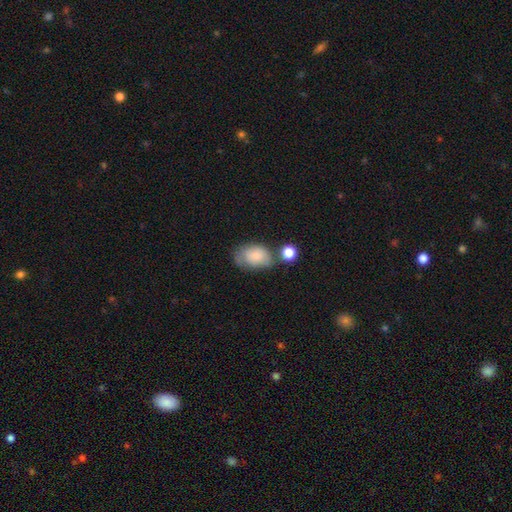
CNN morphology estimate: Smooth or featured? smooth (76%)
How rounded? in between (83%)
Merging? none (42%)